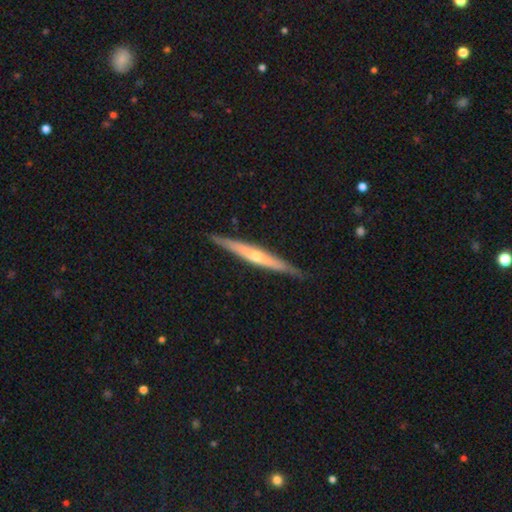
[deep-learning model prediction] A featured or disk galaxy (74%) viewed edge-on (97%) with a rounded central bulge (73%).

Vote fractions:
- Smooth or featured? featured or disk: 74% / smooth: 20% / star or artifact: 6%
- Edge-on disk? yes: 97% / no: 3%
- Edge-on bulge? rounded: 73% / none: 22% / boxy: 5%
- Merging? none: 89% / minor disturbance: 8% / major disturbance: 1% / merger: 1%